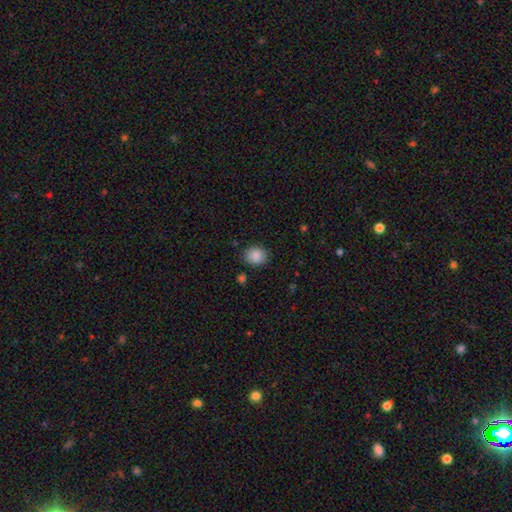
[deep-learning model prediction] This appears to be a smooth galaxy with no disk features (88%) that is round (61%). Merging: none (85%).